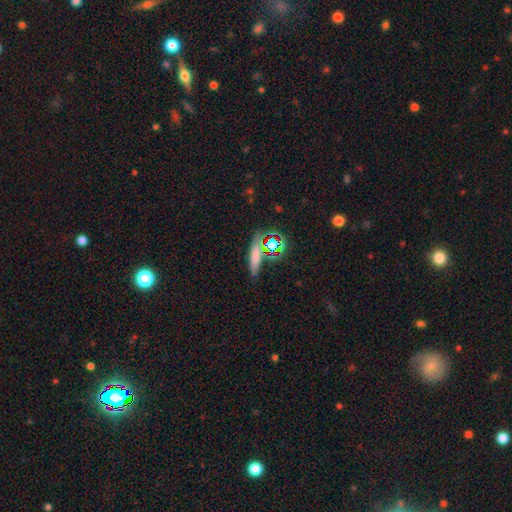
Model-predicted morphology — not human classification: Smooth or featured? smooth (64%)
How rounded? cigar-shaped (67%)
Merging? none (75%)